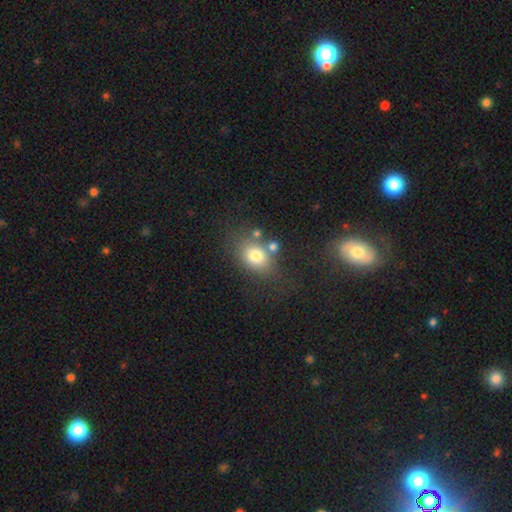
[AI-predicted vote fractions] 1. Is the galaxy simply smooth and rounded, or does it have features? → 76% smooth, 13% featured or disk, 12% star or artifact.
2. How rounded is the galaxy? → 61% in between, 38% round, 2% cigar-shaped.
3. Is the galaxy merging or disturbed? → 60% none, 16% minor disturbance, 15% merger, 8% major disturbance.